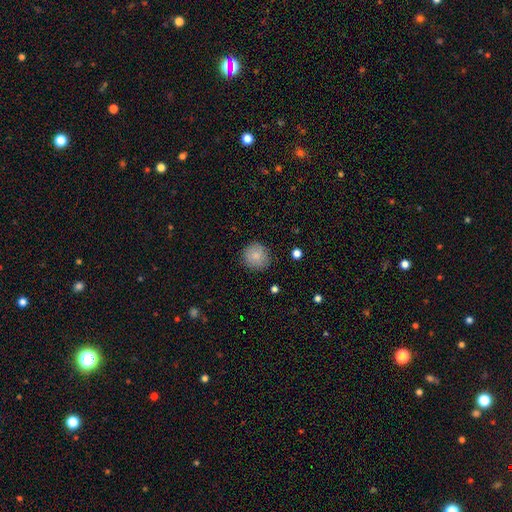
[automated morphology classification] Smooth or featured? smooth (84%)
How rounded? round (91%)
Merging? none (86%)